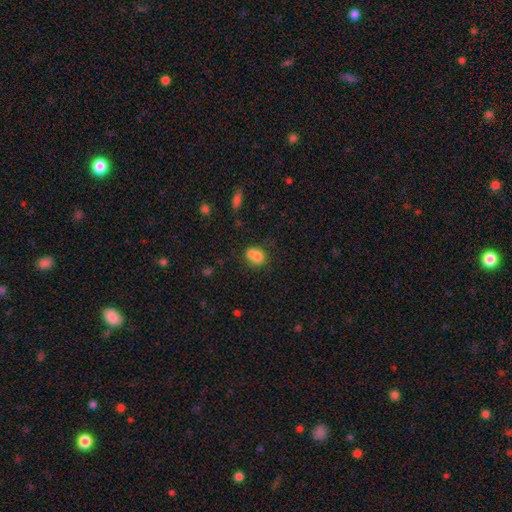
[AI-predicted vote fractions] Smooth or featured?
  - smooth: 74% *
  - featured or disk: 16%
  - star or artifact: 11%
How rounded?
  - round: 54% *
  - in between: 44%
  - cigar-shaped: 1%
Merging?
  - merger: 51% *
  - none: 32%
  - minor disturbance: 12%
  - major disturbance: 5%